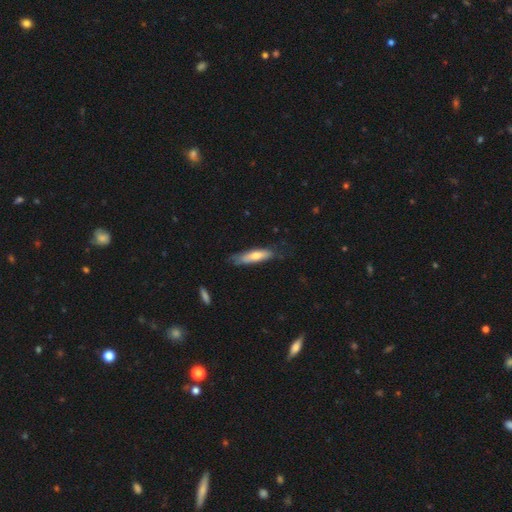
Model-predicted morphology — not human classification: Overall: smooth (63%; featured or disk 31%). How rounded: cigar-shaped (68%; in between 31%). Merging: none (64%; minor disturbance 27%).